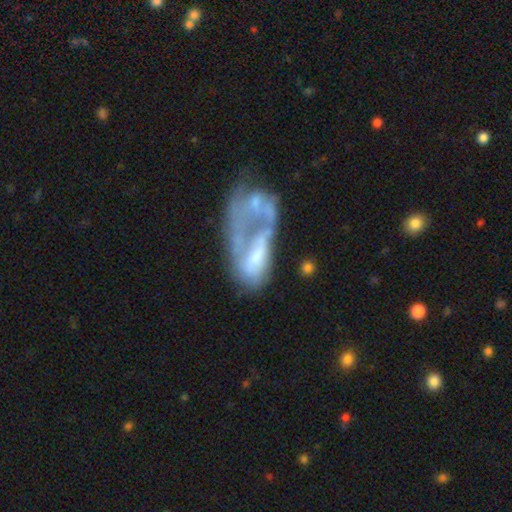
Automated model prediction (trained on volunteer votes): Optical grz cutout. It shows a featured or disk galaxy (56%) with no bar (73%), no spiral arms (76%) and no central bulge (44%). Merging: major disturbance (40%).